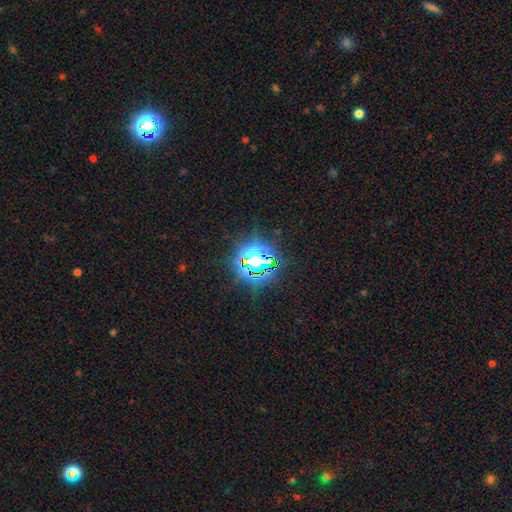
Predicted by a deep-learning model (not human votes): This appears to be a star or artifact, not a galaxy (74%).